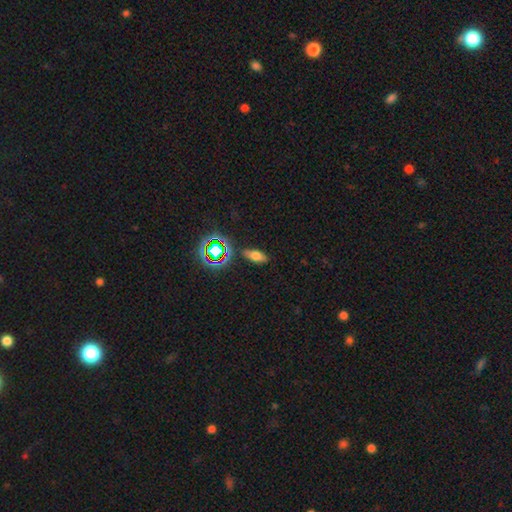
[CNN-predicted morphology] A smooth galaxy with no disk features (65%) that is in between round and cigar-shaped (79%).

Vote fractions:
- Smooth or featured? smooth: 65% / star or artifact: 19% / featured or disk: 15%
- How rounded? in between: 79% / cigar-shaped: 14% / round: 6%
- Merging? none: 83% / minor disturbance: 11% / merger: 3% / major disturbance: 3%